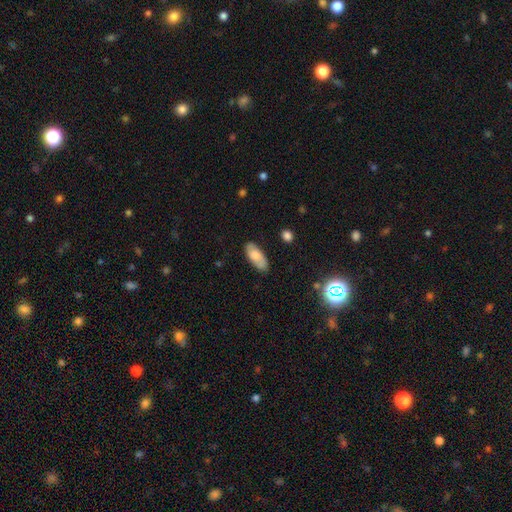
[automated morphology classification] A smooth galaxy with no disk features (73%) that is in between round and cigar-shaped (84%).

Vote fractions:
- Smooth or featured? smooth: 73% / featured or disk: 21% / star or artifact: 7%
- How rounded? in between: 84% / cigar-shaped: 14% / round: 2%
- Merging? none: 79% / minor disturbance: 16% / major disturbance: 3% / merger: 2%